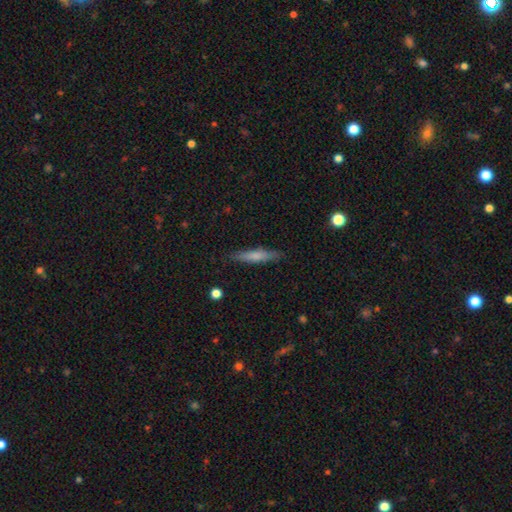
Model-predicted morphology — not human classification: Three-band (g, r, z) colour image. It shows a smooth galaxy with no disk features (66%) that is cigar-shaped (91%). Merging: none (88%).